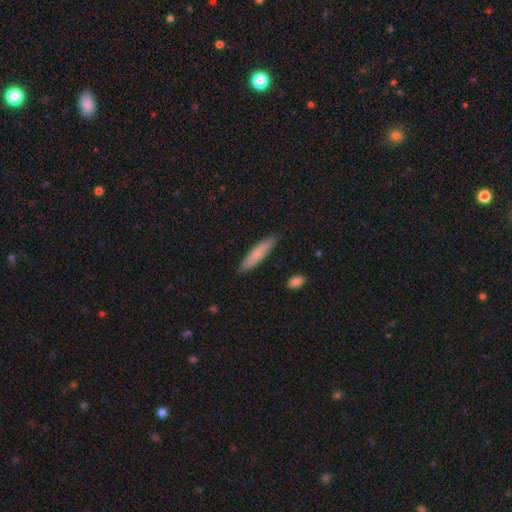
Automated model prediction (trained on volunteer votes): A smooth galaxy with no disk features (75%) that is cigar-shaped (78%). Merging: none (87%).